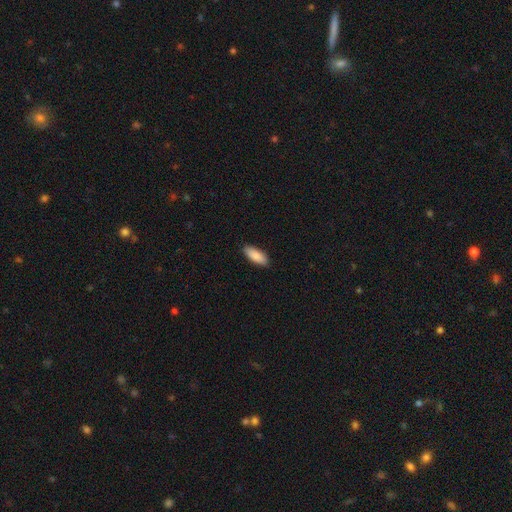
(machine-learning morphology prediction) type=smooth (89%); roundness=in between (79%); merging=none (89%).